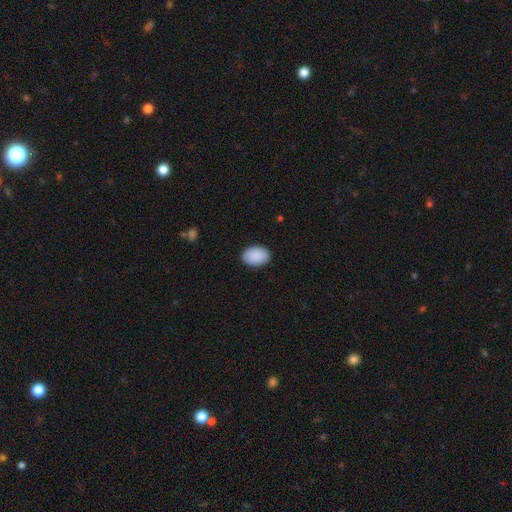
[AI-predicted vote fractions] smooth-or-featured: smooth: 91% | star or artifact: 6% | featured or disk: 3%
  how-rounded: in between: 83% | round: 16% | cigar-shaped: 1%
  merging: none: 89% | minor disturbance: 8% | major disturbance: 2% | merger: 1%